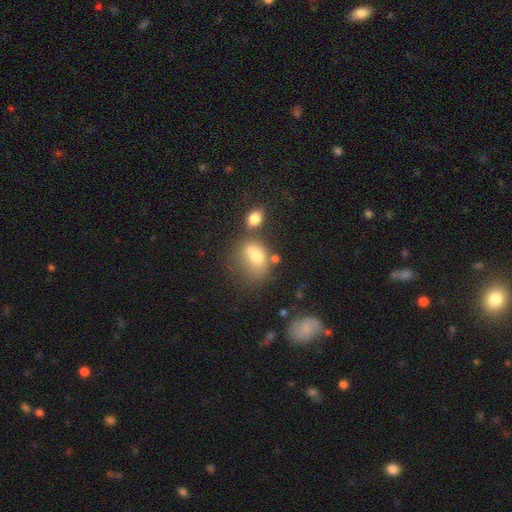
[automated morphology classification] Smooth or featured: smooth — 67% (featured or disk — 21%)
How rounded: in between — 63% (round — 35%)
Merging: merger — 36% (none — 29%)